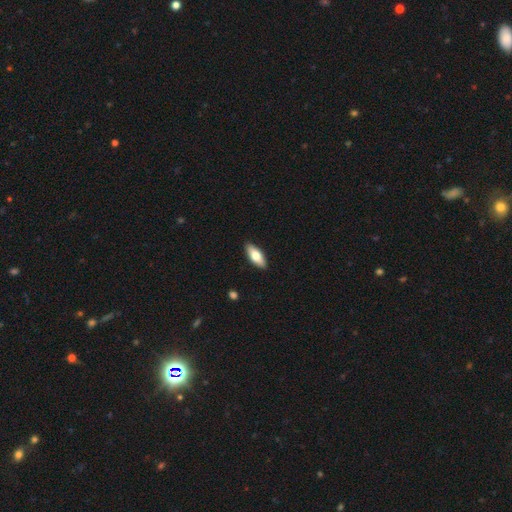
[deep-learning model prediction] This appears to be a smooth galaxy with no disk features (69%) that is in between round and cigar-shaped (76%). Merging: none (90%).